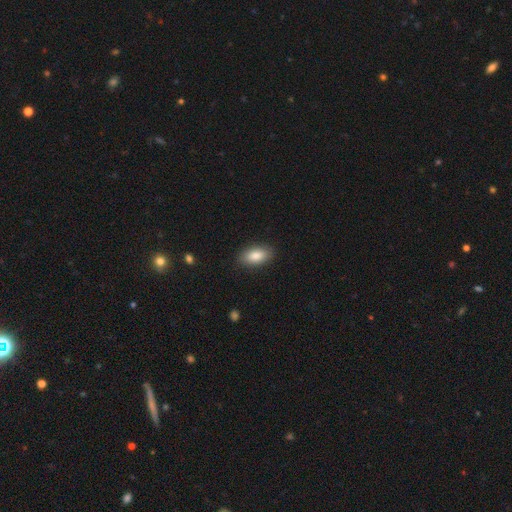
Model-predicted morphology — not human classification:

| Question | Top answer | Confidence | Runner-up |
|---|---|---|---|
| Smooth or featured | smooth | 86% | featured or disk (8%) |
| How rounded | in between | 91% | cigar-shaped (6%) |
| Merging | none | 87% | minor disturbance (10%) |